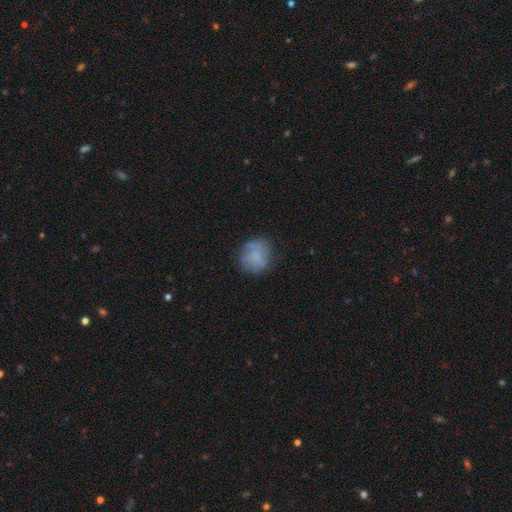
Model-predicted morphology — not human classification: This is likely a smooth galaxy (64%). How rounded: likely round (74%). Merging: possibly none (59%).